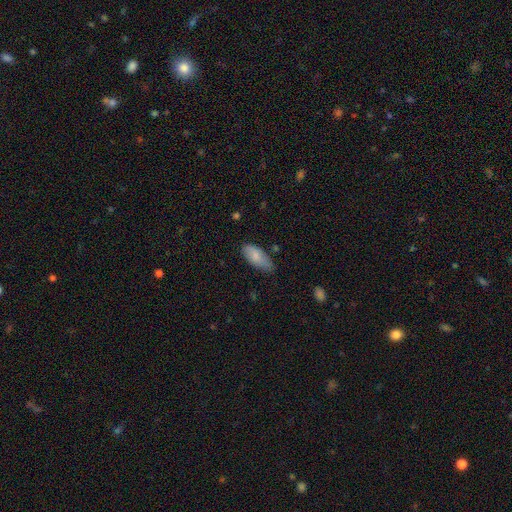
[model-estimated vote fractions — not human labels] This is clearly a smooth galaxy (82%). How rounded: clearly in between (87%). Merging: likely none (66%).